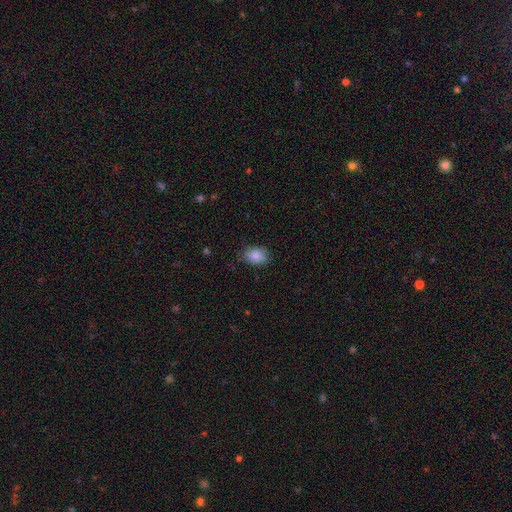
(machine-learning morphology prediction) A smooth galaxy with no disk features (87%) that is in between round and cigar-shaped (72%).

Vote fractions:
- Smooth or featured? smooth: 87% / star or artifact: 8% / featured or disk: 5%
- How rounded? in between: 72% / round: 27% / cigar-shaped: 1%
- Merging? none: 76% / minor disturbance: 19% / major disturbance: 3% / merger: 1%